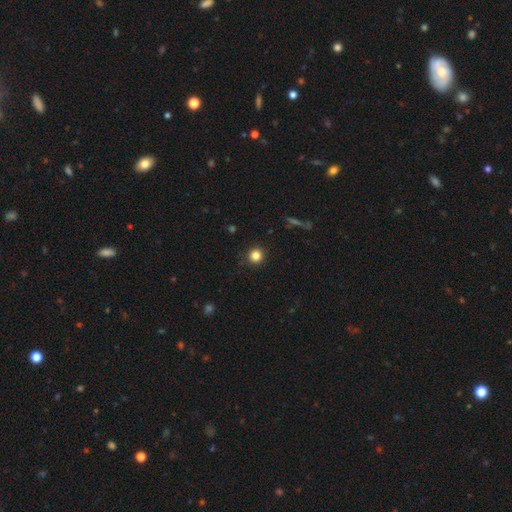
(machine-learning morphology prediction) smooth_or_featured: smooth (p=0.83) [alt: star or artifact p=0.12]
how_rounded: round (p=0.95) [alt: in between p=0.04]
merging: none (p=0.91) [alt: minor disturbance p=0.06]